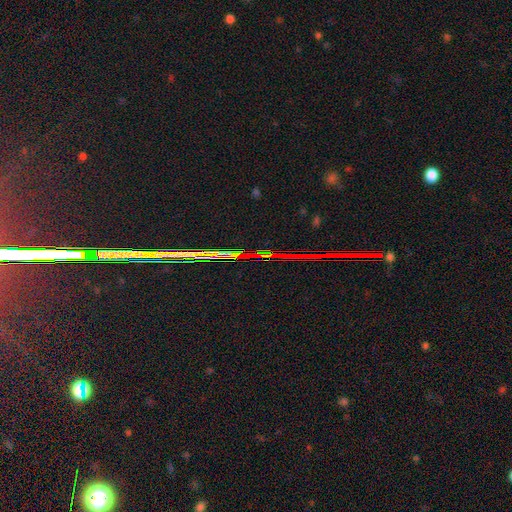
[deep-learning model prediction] This is clearly a star or artifact rather than a galaxy (87%).